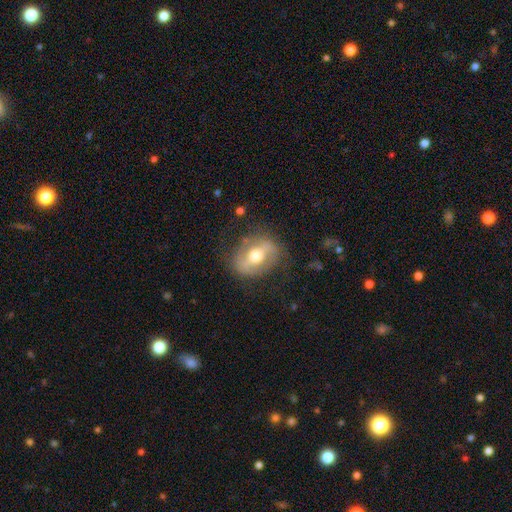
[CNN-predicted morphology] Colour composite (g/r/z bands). It shows a featured or disk galaxy (60%) with a strong bar (48%), no spiral arms (60%) and a moderate central bulge (73%). Merging: none (74%).